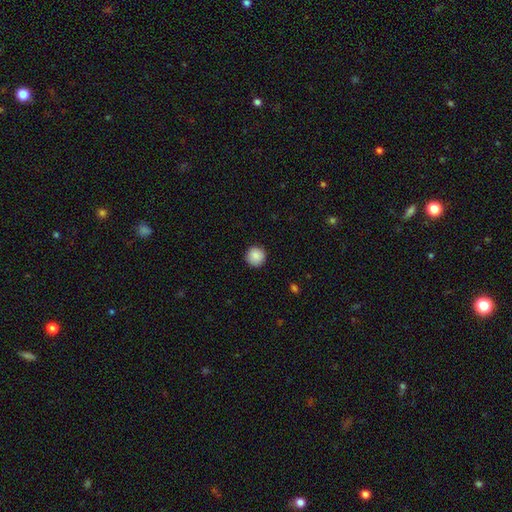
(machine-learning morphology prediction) Q: Smooth or featured?
A: smooth (89%); runner-up: star or artifact (8%)
Q: How rounded?
A: round (96%); runner-up: in between (4%)
Q: Merging?
A: none (91%); runner-up: minor disturbance (6%)